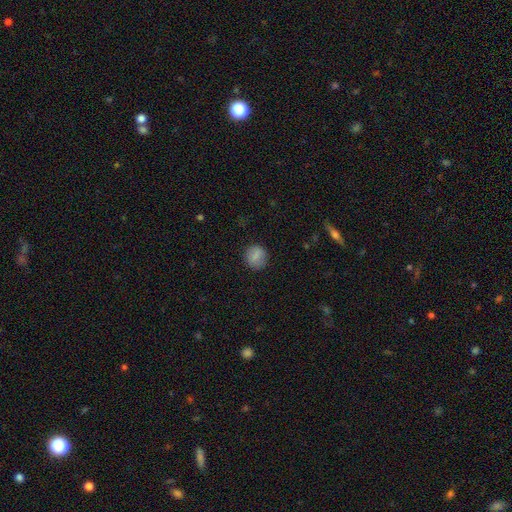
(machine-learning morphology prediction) This is clearly a smooth galaxy (83%). How rounded: clearly round (85%). Merging: clearly none (86%).